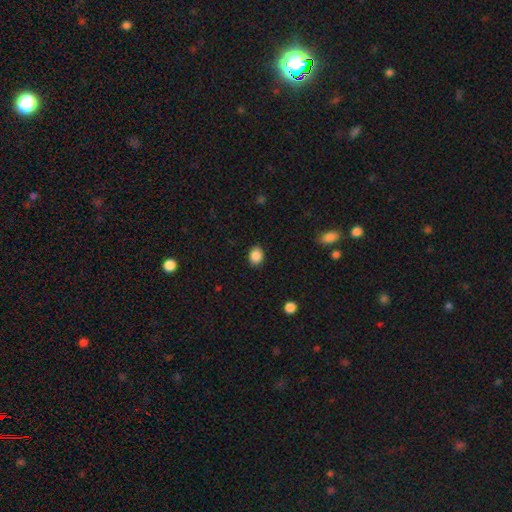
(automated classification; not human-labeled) This is clearly a smooth galaxy (88%). How rounded: possibly in between (57%). Merging: clearly none (88%).